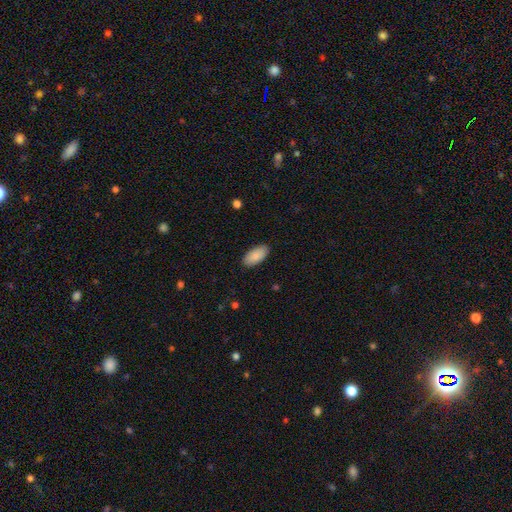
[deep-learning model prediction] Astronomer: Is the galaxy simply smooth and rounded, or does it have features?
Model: smooth — 87%.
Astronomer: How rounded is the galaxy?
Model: in between — 94%.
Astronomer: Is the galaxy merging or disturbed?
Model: none — 88%.